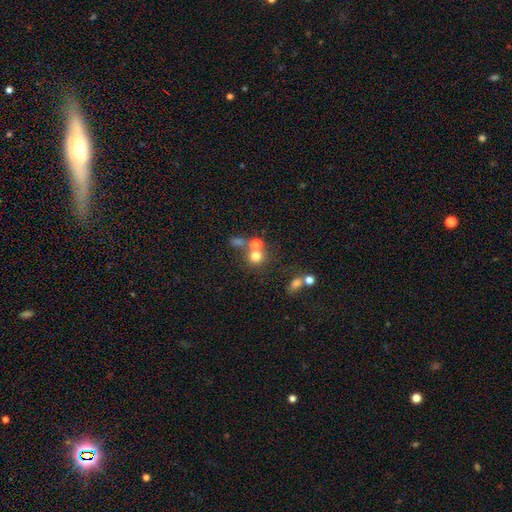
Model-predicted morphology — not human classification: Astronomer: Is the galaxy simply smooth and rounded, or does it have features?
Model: smooth — 71%.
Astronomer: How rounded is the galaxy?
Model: round — 86%.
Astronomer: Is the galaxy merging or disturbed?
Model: none — 50% (runner-up: merger, 35%).